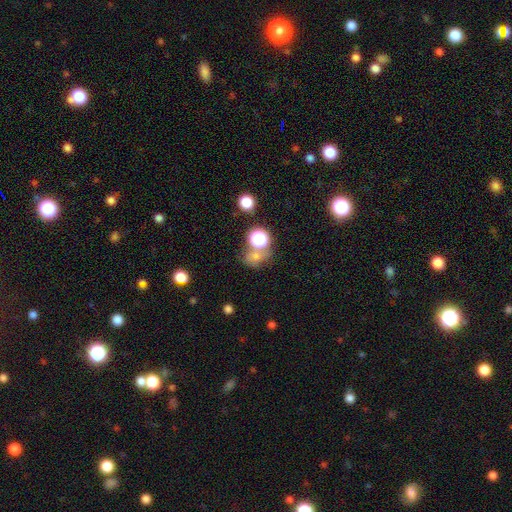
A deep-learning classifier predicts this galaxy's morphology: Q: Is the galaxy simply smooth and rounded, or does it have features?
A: smooth — 47%.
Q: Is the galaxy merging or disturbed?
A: none — 56%.